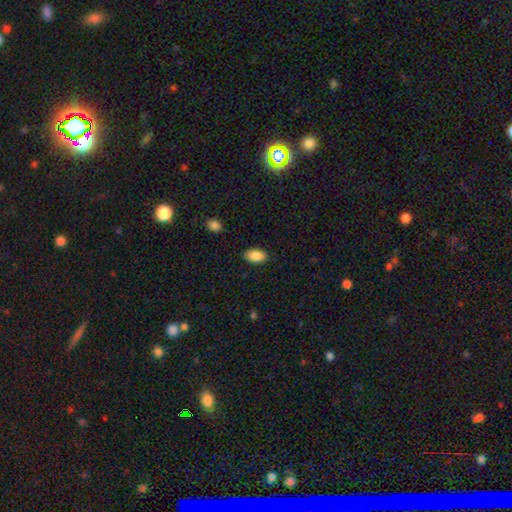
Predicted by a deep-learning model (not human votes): Morphology: type=smooth (89%); roundness=in between (93%); merging=none (86%).